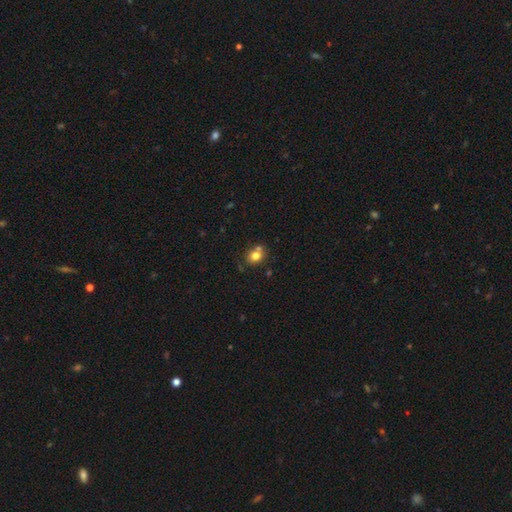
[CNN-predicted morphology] Overall: smooth (78%). How rounded: round (67%; in between 32%). Merging: none (61%; merger 23%).